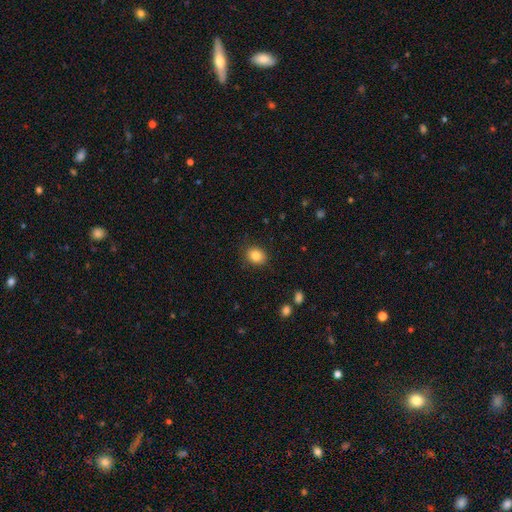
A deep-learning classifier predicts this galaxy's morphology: The model was most divided on "how rounded": round: 55%, in between: 44%, cigar-shaped: 1%. More confident: merging — none (88%); smooth or featured — smooth (85%).